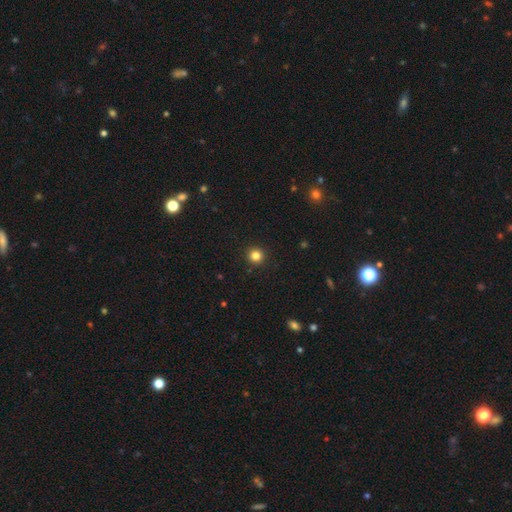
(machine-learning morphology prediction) Smooth or featured? Predicted: smooth (p=0.82). How rounded? Predicted: round (p=0.95). Merging? Predicted: none (p=0.93).